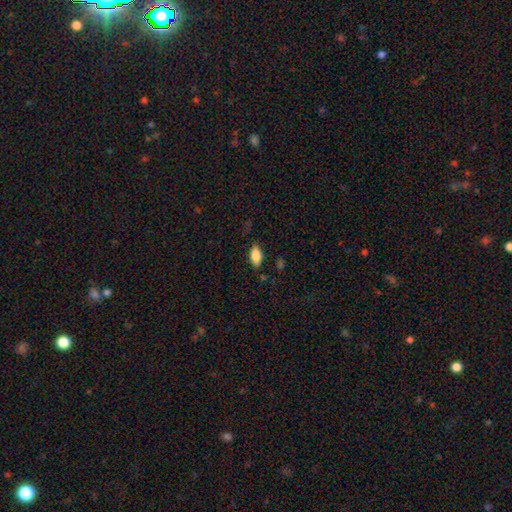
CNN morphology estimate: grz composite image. It shows a smooth galaxy with no disk features (85%) that is in between round and cigar-shaped (91%). Merging: none (82%).